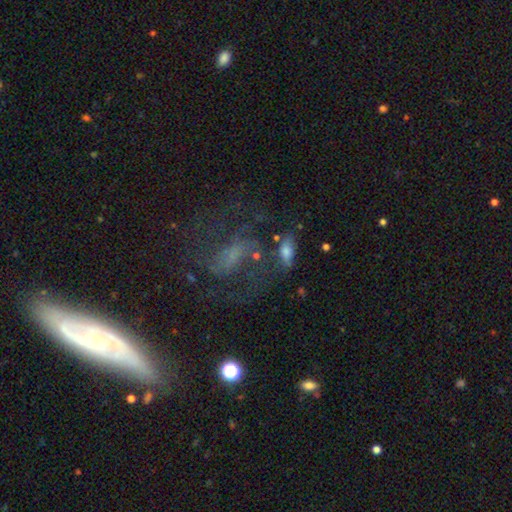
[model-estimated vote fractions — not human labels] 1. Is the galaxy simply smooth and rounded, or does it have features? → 58% featured or disk, 25% smooth, 17% star or artifact.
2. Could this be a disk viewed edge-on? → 93% no, 7% yes.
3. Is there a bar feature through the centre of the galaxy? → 48% no, 37% weak, 15% strong.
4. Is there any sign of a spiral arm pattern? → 72% yes, 28% no.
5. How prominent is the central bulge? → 43% small, 27% none, 23% moderate, 5% large, 2% dominant.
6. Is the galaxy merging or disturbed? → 46% none, 26% major disturbance, 18% minor disturbance, 9% merger.